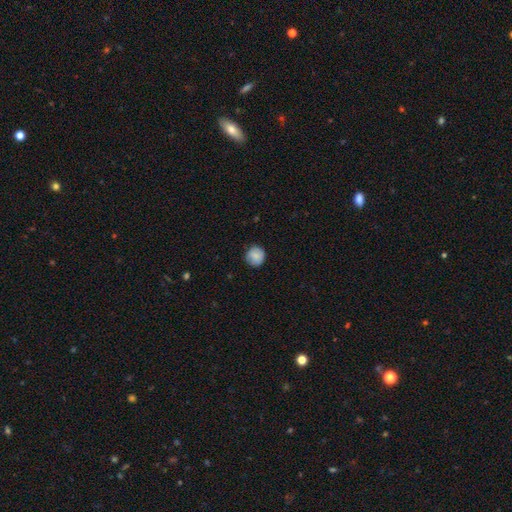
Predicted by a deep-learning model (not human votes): smooth 83%, featured or disk 9%, star or artifact 8%. Down the decision tree: how rounded — round (91%); merging — none (83%).